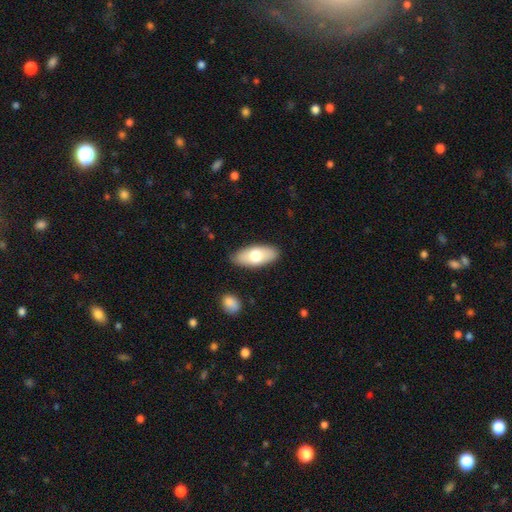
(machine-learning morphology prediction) Smooth or featured?
  - smooth: 70% *
  - featured or disk: 24%
  - star or artifact: 6%
How rounded?
  - in between: 88% *
  - cigar-shaped: 10%
  - round: 3%
Merging?
  - none: 86% *
  - minor disturbance: 10%
  - major disturbance: 2%
  - merger: 1%